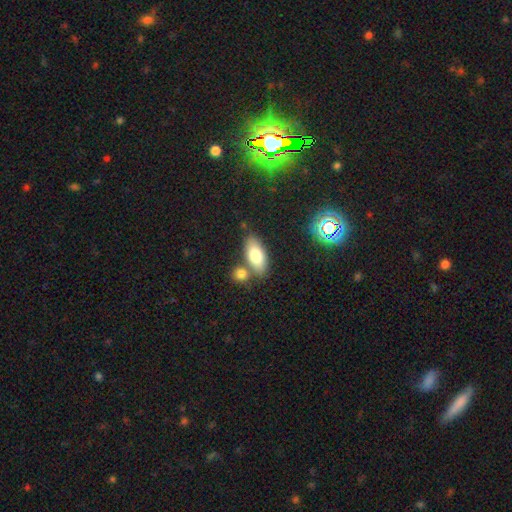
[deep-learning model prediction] Smooth or featured? Predicted: smooth (p=0.78). How rounded? Predicted: in between (p=0.87). Merging? Predicted: none (p=0.65).